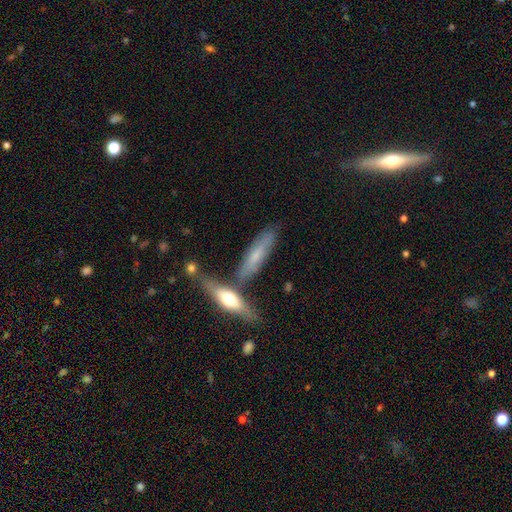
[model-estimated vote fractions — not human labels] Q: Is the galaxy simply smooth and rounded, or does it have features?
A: smooth — 53%.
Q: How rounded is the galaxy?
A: cigar-shaped — 70%.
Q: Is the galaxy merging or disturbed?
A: none — 63%.